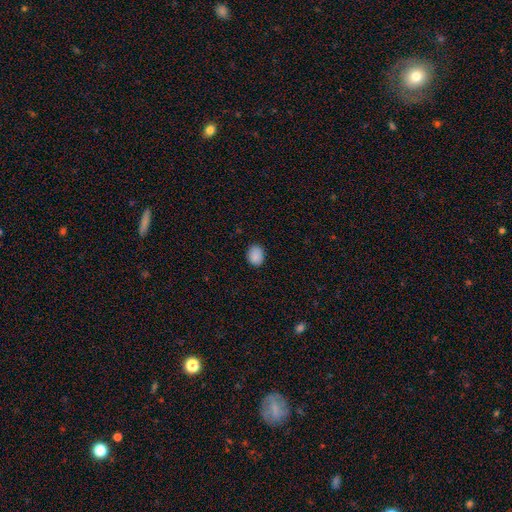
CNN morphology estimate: Smooth or featured? smooth (89%)
How rounded? in between (54%)
Merging? none (86%)